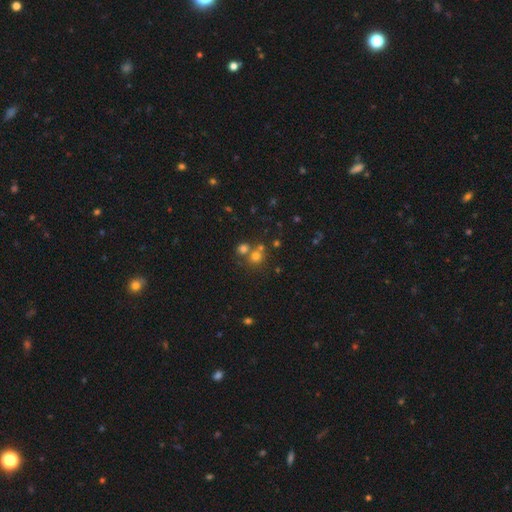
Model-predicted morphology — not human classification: Smooth or featured?
  - smooth: 66% *
  - star or artifact: 22%
  - featured or disk: 12%
How rounded?
  - round: 87% *
  - in between: 12%
  - cigar-shaped: 1%
Merging?
  - none: 55% *
  - merger: 35%
  - minor disturbance: 7%
  - major disturbance: 3%